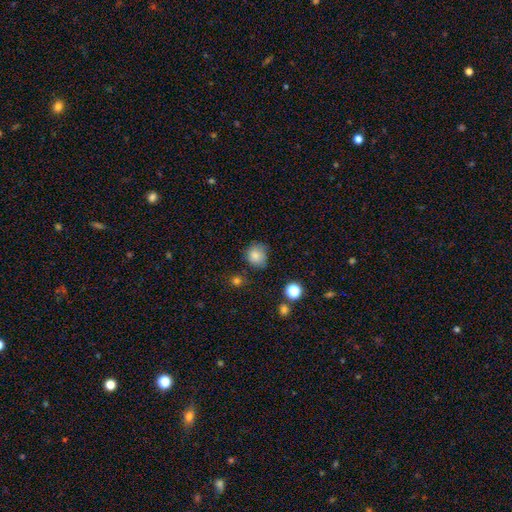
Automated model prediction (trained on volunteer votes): smooth-or-featured: smooth: 82% | star or artifact: 11% | featured or disk: 7%
  how-rounded: round: 80% | in between: 19% | cigar-shaped: 1%
  merging: none: 66% | minor disturbance: 25% | major disturbance: 6% | merger: 3%